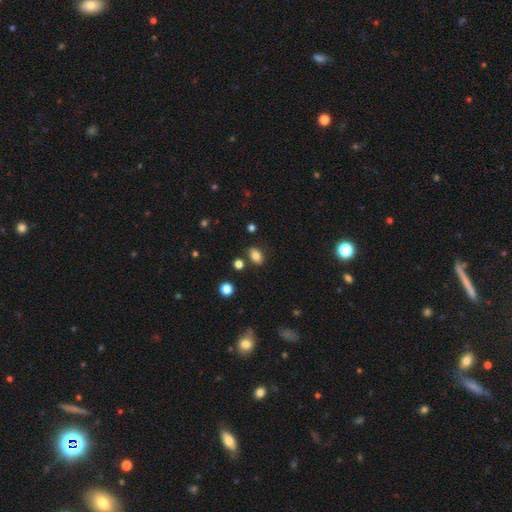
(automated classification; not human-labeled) Overall: smooth (82%). How rounded: in between (80%). Merging: none (82%).